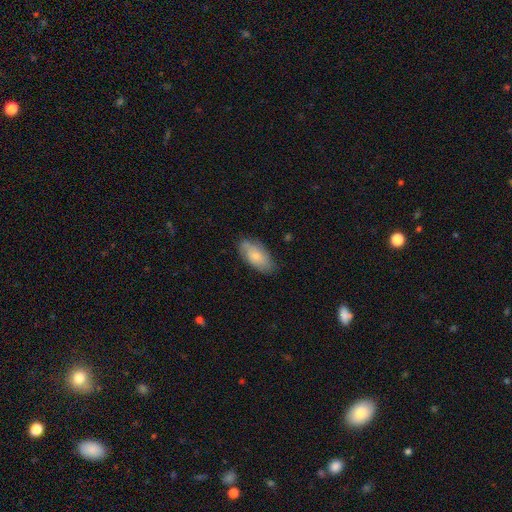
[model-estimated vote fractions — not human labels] Smooth or featured? smooth (69%)
How rounded? in between (91%)
Merging? none (72%)